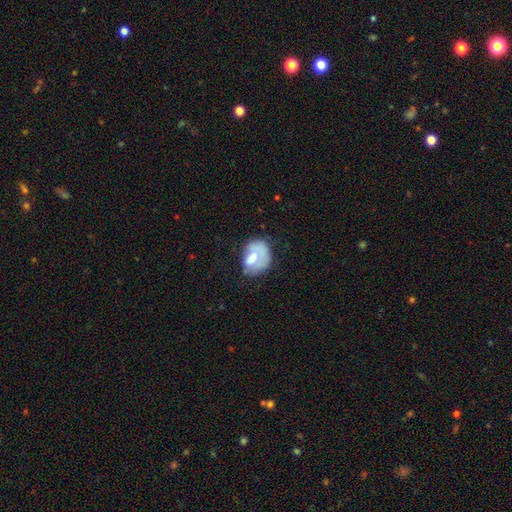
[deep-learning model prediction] Morphology: type=smooth (57%); roundness=in between (64%); merging=none (41%).